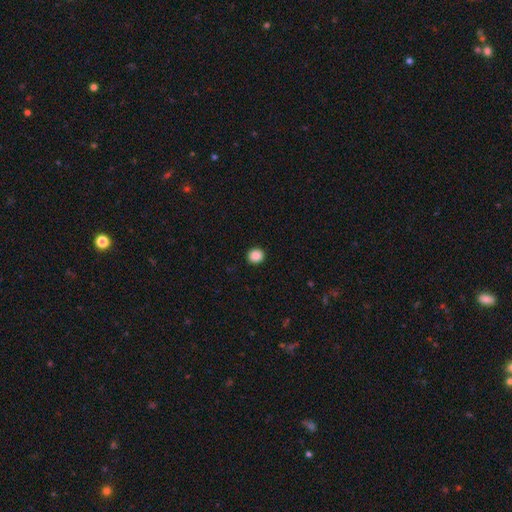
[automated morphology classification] Smooth or featured? smooth (88%)
How rounded? round (87%)
Merging? none (93%)